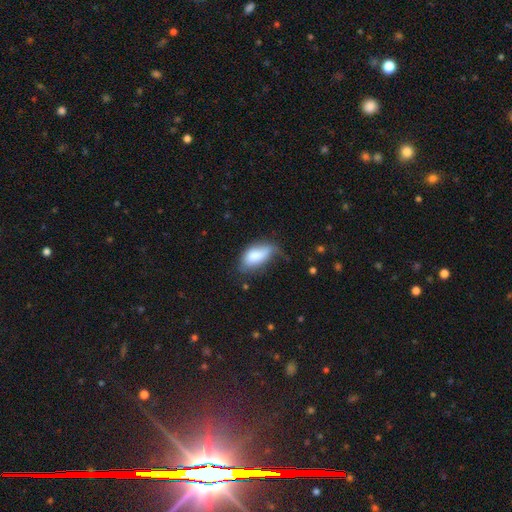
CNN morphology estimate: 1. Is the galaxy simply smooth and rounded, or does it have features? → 79% smooth, 14% featured or disk, 7% star or artifact.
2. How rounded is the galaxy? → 91% in between, 6% cigar-shaped, 3% round.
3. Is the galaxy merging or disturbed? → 42% minor disturbance, 36% none, 18% major disturbance, 4% merger.